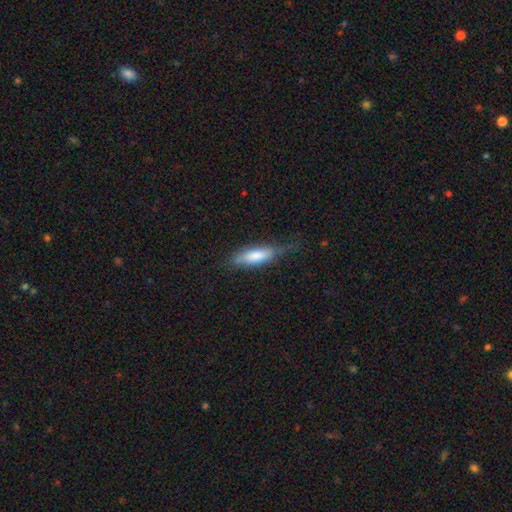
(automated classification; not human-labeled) Q: Smooth or featured?
A: smooth (67%); runner-up: featured or disk (27%)
Q: How rounded?
A: cigar-shaped (58%); runner-up: in between (40%)
Q: Merging?
A: none (54%); runner-up: minor disturbance (32%)